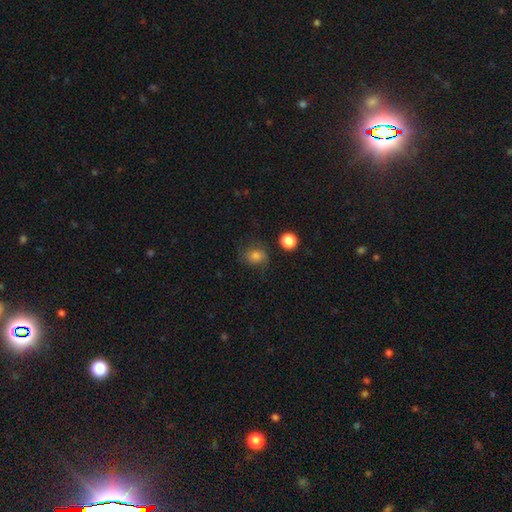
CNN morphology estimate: Smooth or featured? smooth (73%)
How rounded? round (63%)
Merging? none (68%)